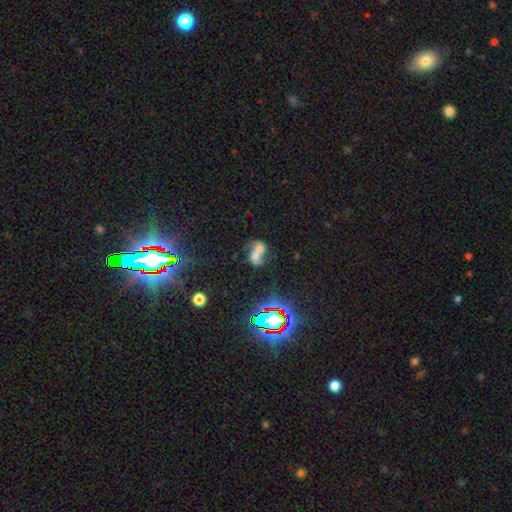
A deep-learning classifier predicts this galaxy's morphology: This appears to be a smooth galaxy with no disk features (49%). Merging: merger (74%).